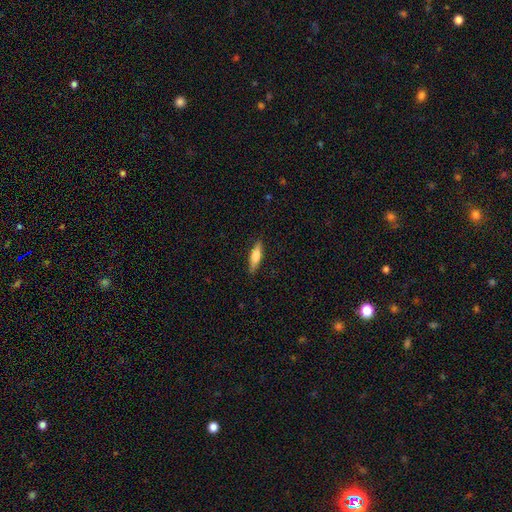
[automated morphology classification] smooth-or-featured: smooth: 55% | featured or disk: 38% | star or artifact: 6%
  how-rounded: cigar-shaped: 64% | in between: 33% | round: 2%
  merging: none: 87% | minor disturbance: 10% | major disturbance: 2% | merger: 1%